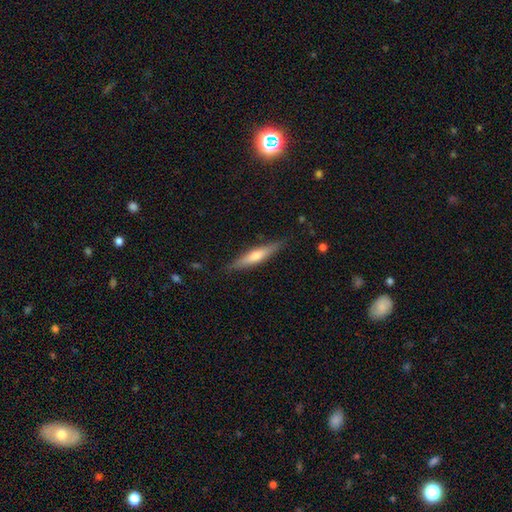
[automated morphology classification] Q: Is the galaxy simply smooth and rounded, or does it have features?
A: featured or disk — 51%.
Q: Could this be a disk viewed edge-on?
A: yes — 94%.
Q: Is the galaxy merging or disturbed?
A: none — 86%.